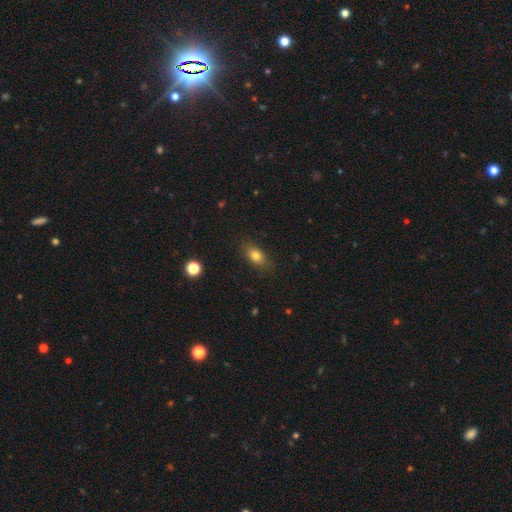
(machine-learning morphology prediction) type=smooth (77%); roundness=in between (79%); merging=none (84%).